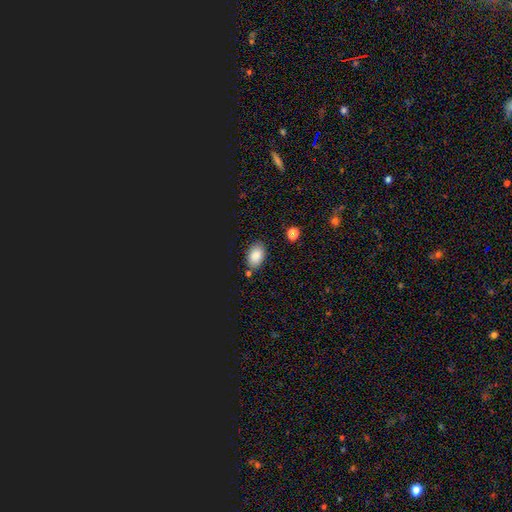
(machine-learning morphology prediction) Smooth or featured: smooth — 83% (star or artifact — 11%)
How rounded: in between — 89% (round — 9%)
Merging: none — 80% (minor disturbance — 12%)